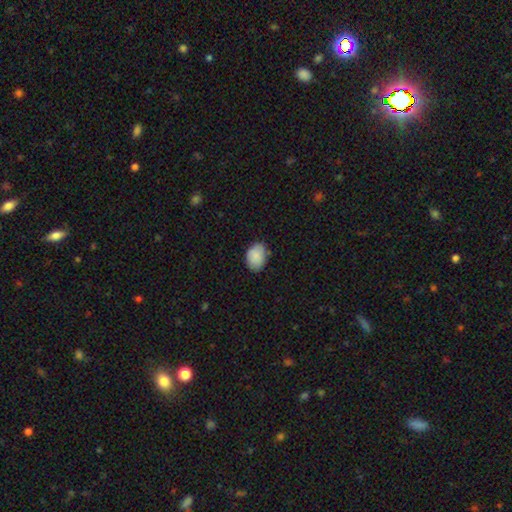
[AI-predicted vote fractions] This is clearly a smooth galaxy (87%). How rounded: likely in between (76%). Merging: likely none (73%).